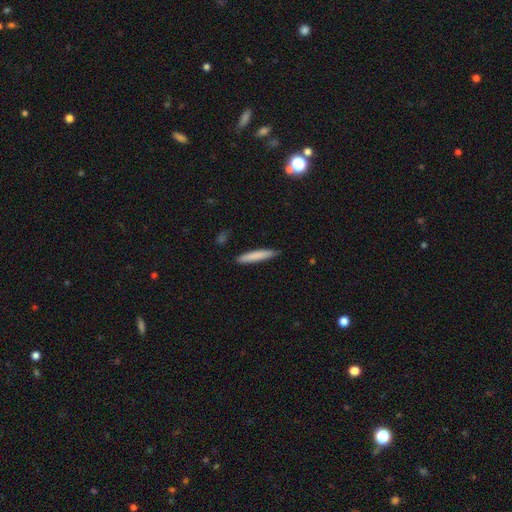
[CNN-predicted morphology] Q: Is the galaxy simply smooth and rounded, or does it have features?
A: smooth — 80%.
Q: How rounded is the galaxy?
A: cigar-shaped — 92%.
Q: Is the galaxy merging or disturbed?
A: none — 86%.